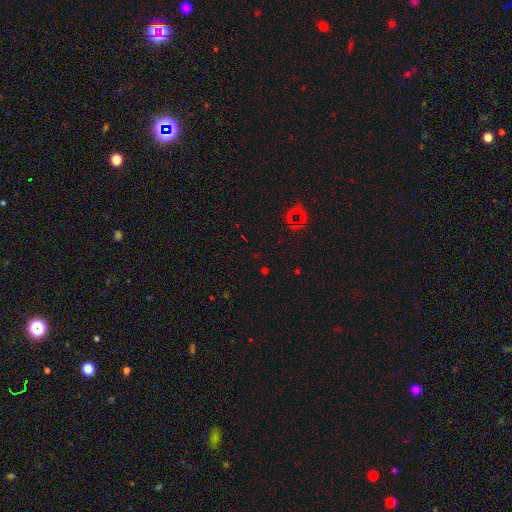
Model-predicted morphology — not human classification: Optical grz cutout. It shows a star or artifact, not a galaxy (70%).